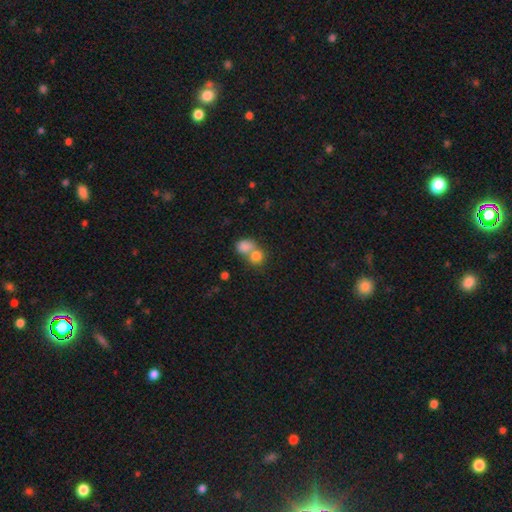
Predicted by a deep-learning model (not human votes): smooth 80%, star or artifact 10%, featured or disk 9%. Down the decision tree: how rounded — round (69%); merging — merger (60%).